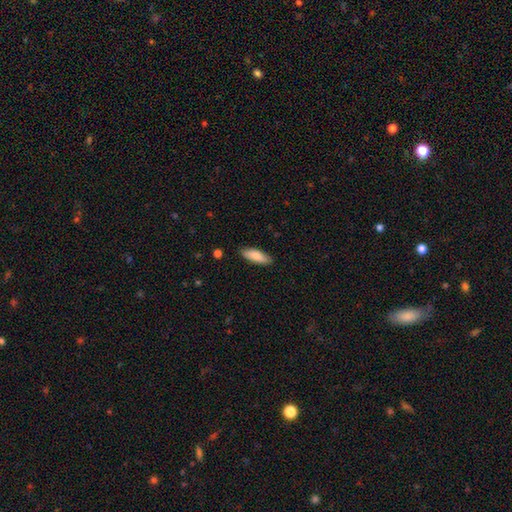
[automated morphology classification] This is clearly a smooth galaxy (85%). How rounded: likely in between (60%). Merging: clearly none (87%).